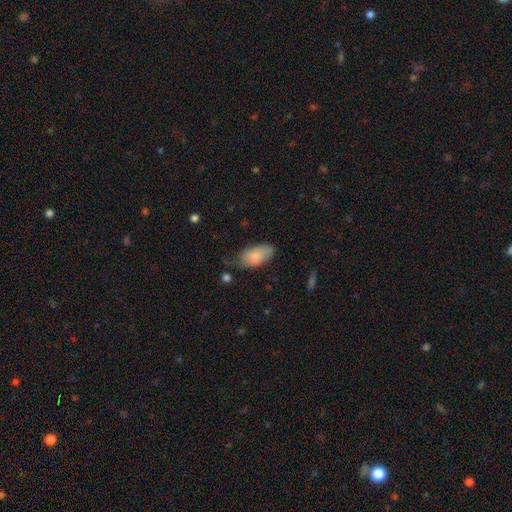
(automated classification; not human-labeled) smooth_or_featured: smooth (p=0.80) [alt: featured or disk p=0.14]
how_rounded: in between (p=0.94) [alt: round p=0.03]
merging: none (p=0.51) [alt: minor disturbance p=0.36]